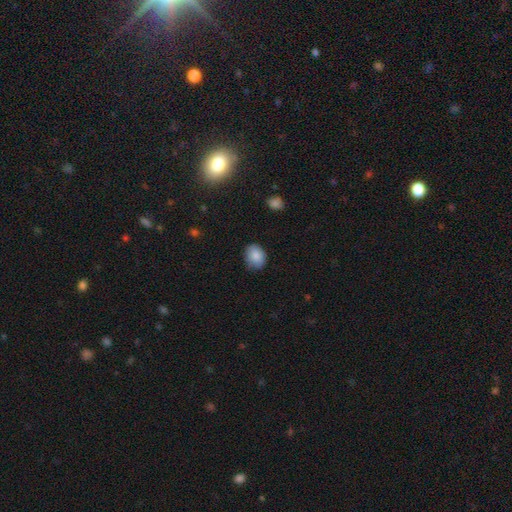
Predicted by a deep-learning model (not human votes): smooth_or_featured: smooth (p=0.86) [alt: star or artifact p=0.08]
how_rounded: in between (p=0.59) [alt: round p=0.40]
merging: none (p=0.77) [alt: minor disturbance p=0.19]